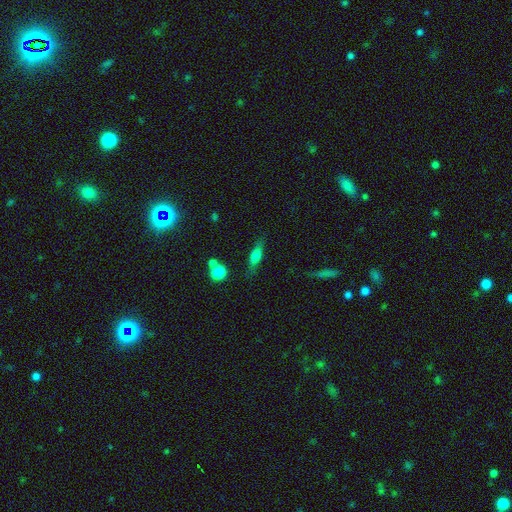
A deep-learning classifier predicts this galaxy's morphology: Q: Smooth or featured?
A: smooth (57%); runner-up: featured or disk (33%)
Q: How rounded?
A: cigar-shaped (48%); runner-up: in between (45%)
Q: Merging?
A: none (77%); runner-up: minor disturbance (15%)